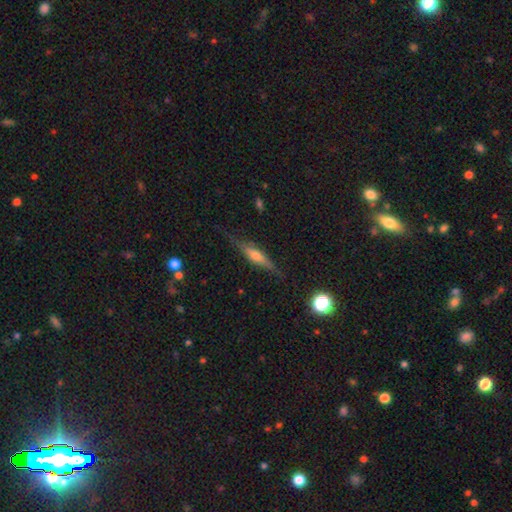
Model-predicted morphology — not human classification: Q: Smooth or featured?
A: featured or disk (58%); runner-up: smooth (34%)
Q: Edge-on disk?
A: yes (93%); runner-up: no (7%)
Q: Edge-on bulge?
A: rounded (76%); runner-up: boxy (13%)
Q: Merging?
A: none (77%); runner-up: minor disturbance (17%)